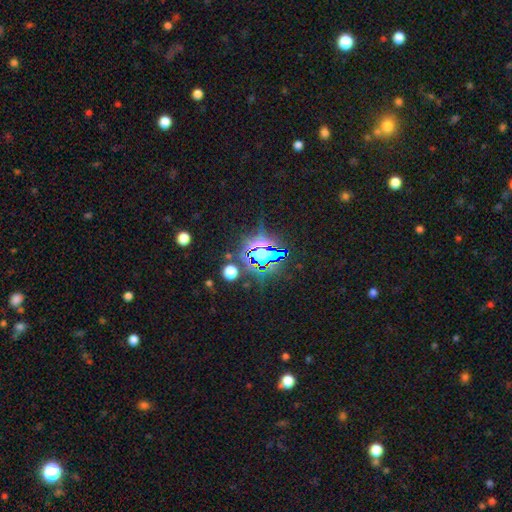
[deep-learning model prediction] star or artifact 81%, smooth 11%, featured or disk 8%.